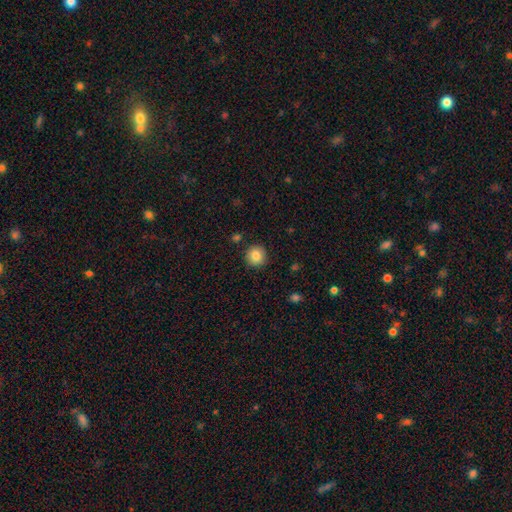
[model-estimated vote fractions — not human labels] smooth-or-featured: smooth: 85% | star or artifact: 9% | featured or disk: 5%
  how-rounded: round: 93% | in between: 6% | cigar-shaped: 1%
  merging: none: 89% | minor disturbance: 7% | major disturbance: 2% | merger: 2%